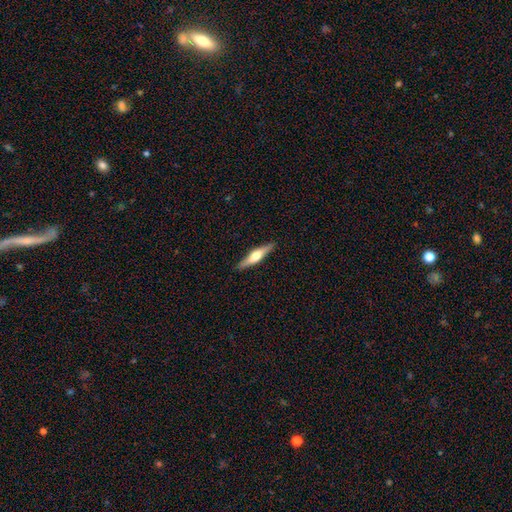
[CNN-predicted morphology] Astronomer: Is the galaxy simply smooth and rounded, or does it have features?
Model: featured or disk — 57% (runner-up: smooth, 38%).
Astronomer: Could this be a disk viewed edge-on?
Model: yes — 95%.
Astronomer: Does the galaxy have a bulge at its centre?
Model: rounded — 91%.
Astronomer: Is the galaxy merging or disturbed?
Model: none — 90%.